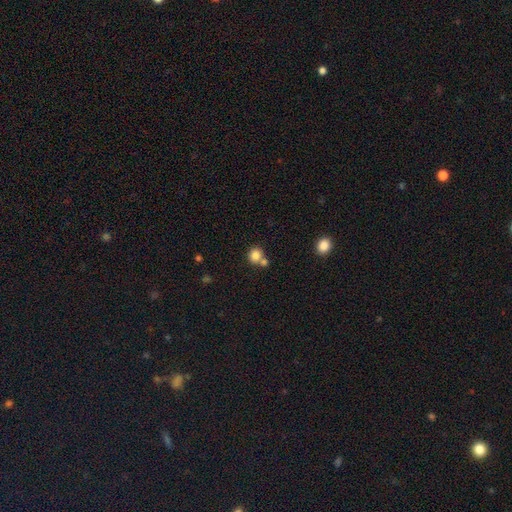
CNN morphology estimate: Overall: smooth (83%). How rounded: round (83%). Merging: none (54%; merger 34%).